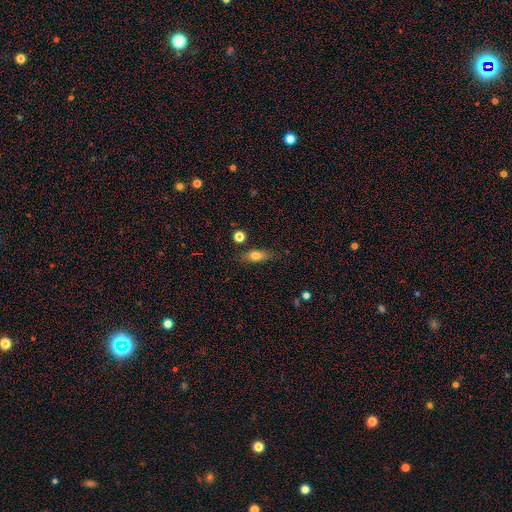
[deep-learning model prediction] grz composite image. It shows a smooth galaxy with no disk features (74%) that is in between round and cigar-shaped (71%). Merging: none (80%).